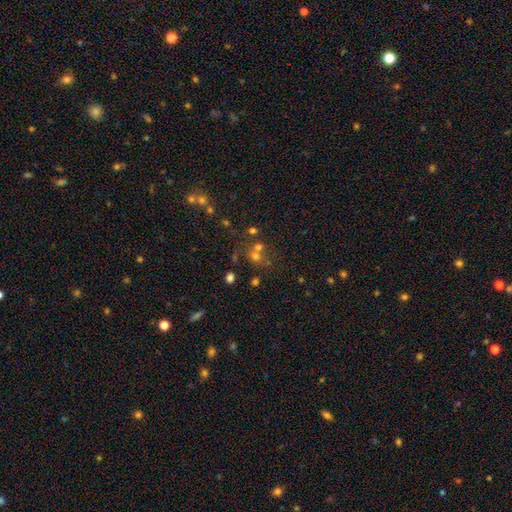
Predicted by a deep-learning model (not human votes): Q: Smooth or featured?
A: smooth (51%); runner-up: star or artifact (33%)
Q: How rounded?
A: round (79%); runner-up: in between (20%)
Q: Merging?
A: none (50%); runner-up: merger (35%)